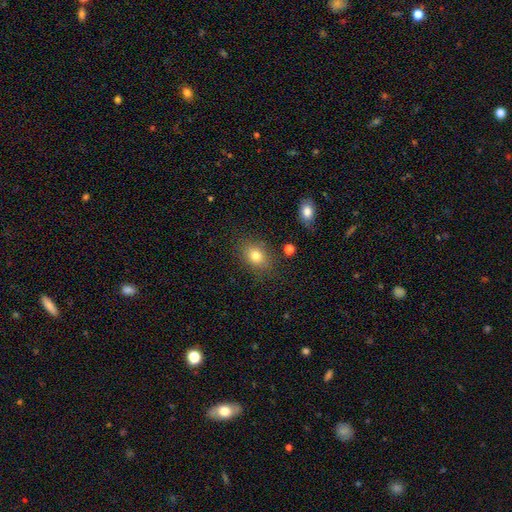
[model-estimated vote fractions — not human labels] Overall: smooth (79%). How rounded: in between (66%; round 32%). Merging: none (82%).